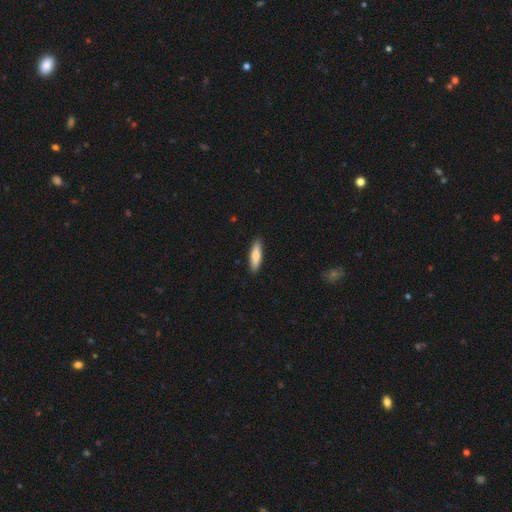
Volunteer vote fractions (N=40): smooth 75%, featured or disk 22%, star or artifact 2%. Down the decision tree: how rounded — cigar-shaped (60%); merging — none (85%).